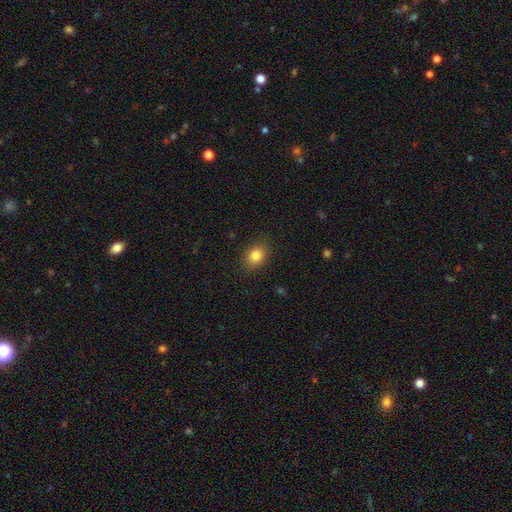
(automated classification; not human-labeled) A smooth galaxy with no disk features (83%) that is in between round and cigar-shaped (60%). Merging: none (86%).